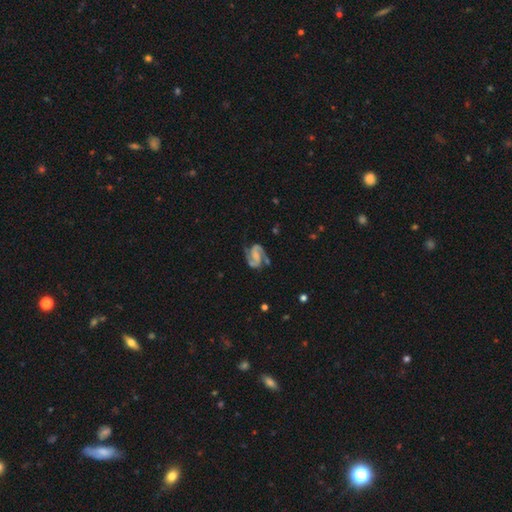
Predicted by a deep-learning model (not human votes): This is clearly a featured or disk galaxy (90%). It is clearly not viewed edge-on (98%). Bar: marginally weak (40%). Spiral arm pattern: clearly yes (98%). Spiral arm count: clearly 2 (93%). Spiral winding: possibly medium (57%). Central bulge: possibly none (55%). Merging: likely none (74%).